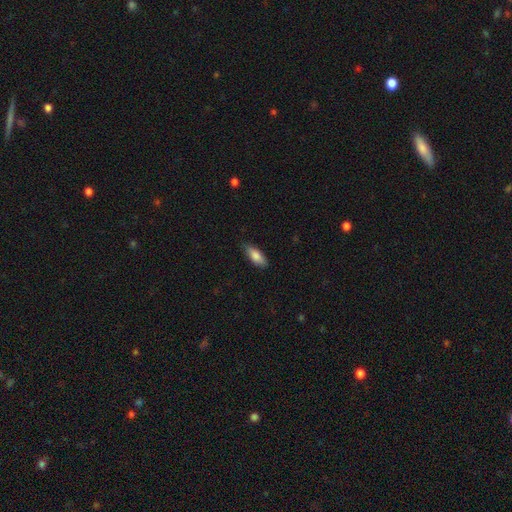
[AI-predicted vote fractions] Smooth or featured?
  - smooth: 83% *
  - featured or disk: 11%
  - star or artifact: 6%
How rounded?
  - in between: 74% *
  - cigar-shaped: 24%
  - round: 2%
Merging?
  - none: 81% *
  - minor disturbance: 16%
  - major disturbance: 2%
  - merger: 1%